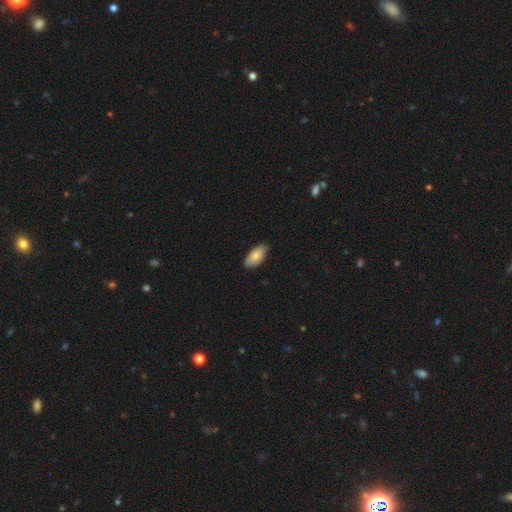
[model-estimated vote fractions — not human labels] Q: Smooth or featured?
A: smooth (82%); runner-up: featured or disk (12%)
Q: How rounded?
A: in between (93%); runner-up: cigar-shaped (5%)
Q: Merging?
A: none (85%); runner-up: minor disturbance (12%)